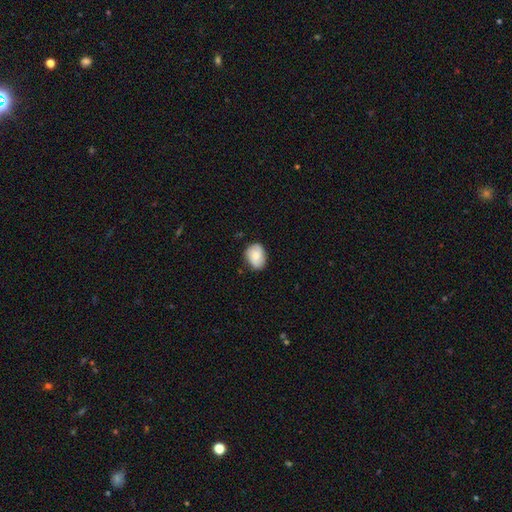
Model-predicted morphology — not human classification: Q: Smooth or featured?
A: smooth (79%); runner-up: featured or disk (14%)
Q: How rounded?
A: in between (67%); runner-up: round (32%)
Q: Merging?
A: none (75%); runner-up: minor disturbance (20%)